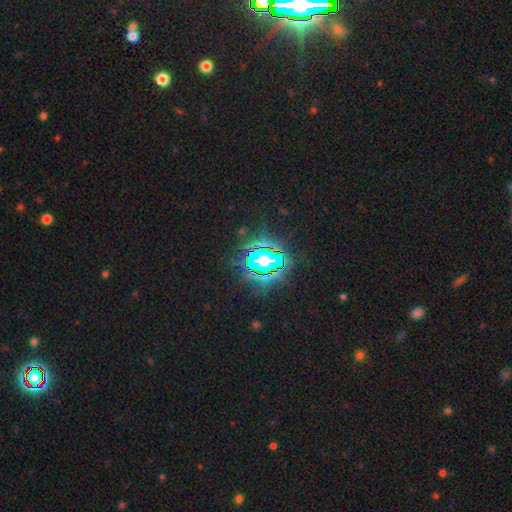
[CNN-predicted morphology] Smooth or featured? Predicted: star or artifact (p=0.84).